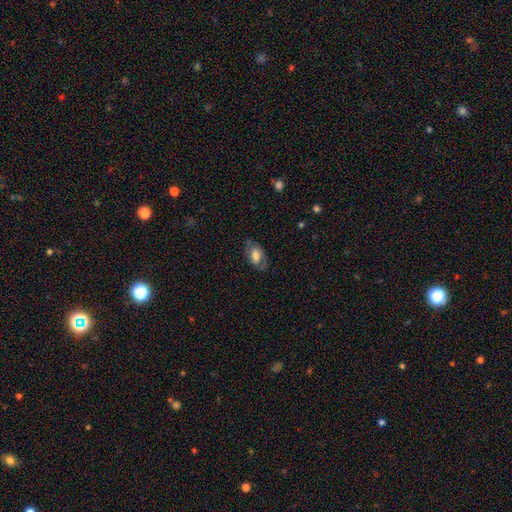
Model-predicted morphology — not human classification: Smooth or featured? smooth (56%)
How rounded? in between (90%)
Merging? none (70%)